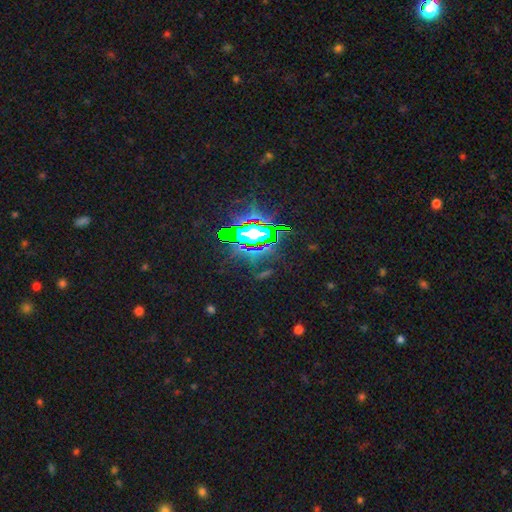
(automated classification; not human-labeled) Smooth or featured?
  - star or artifact: 79% *
  - featured or disk: 11%
  - smooth: 10%